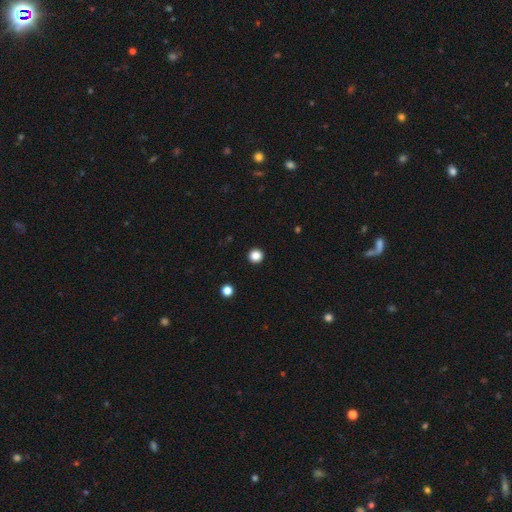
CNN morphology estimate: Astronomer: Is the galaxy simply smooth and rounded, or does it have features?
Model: smooth — 86%.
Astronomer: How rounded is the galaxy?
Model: round — 96%.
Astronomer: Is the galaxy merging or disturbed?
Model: none — 94%.